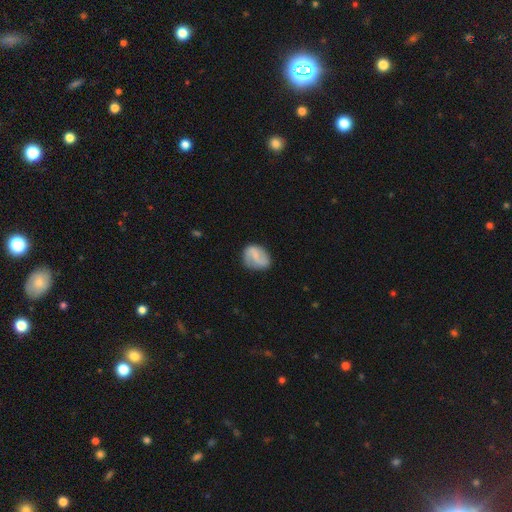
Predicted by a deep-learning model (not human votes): This appears to be a featured or disk galaxy (52%) with a weak bar (46%), spiral arms (82%) and a small central bulge (51%). Merging: none (70%).